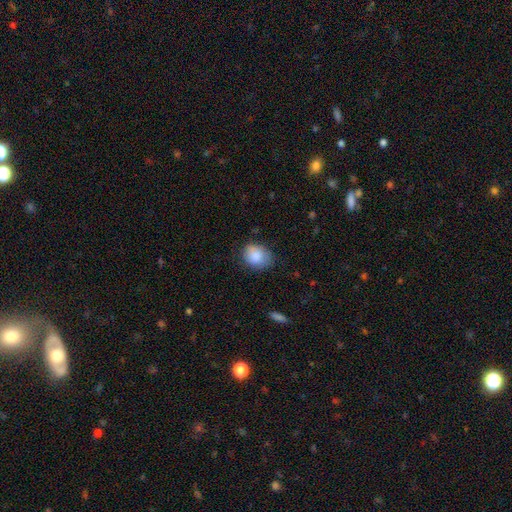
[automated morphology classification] A smooth galaxy with no disk features (86%) that is in between round and cigar-shaped (52%). Merging: none (71%).